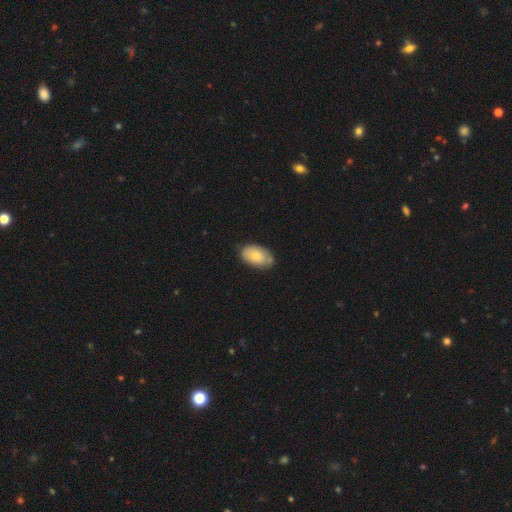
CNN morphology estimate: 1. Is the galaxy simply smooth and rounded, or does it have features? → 74% smooth, 19% featured or disk, 7% star or artifact.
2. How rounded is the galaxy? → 93% in between, 6% round, 1% cigar-shaped.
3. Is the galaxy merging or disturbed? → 68% none, 23% minor disturbance, 5% merger, 4% major disturbance.